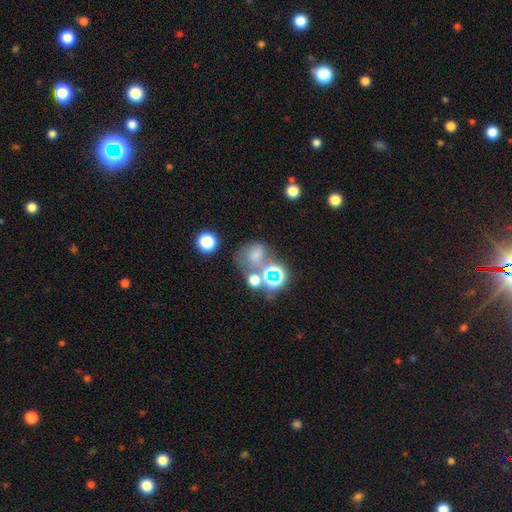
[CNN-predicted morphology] Smooth or featured?
  - smooth: 40% *
  - star or artifact: 39%
  - featured or disk: 21%
Merging?
  - none: 41% *
  - merger: 33%
  - major disturbance: 13%
  - minor disturbance: 13%